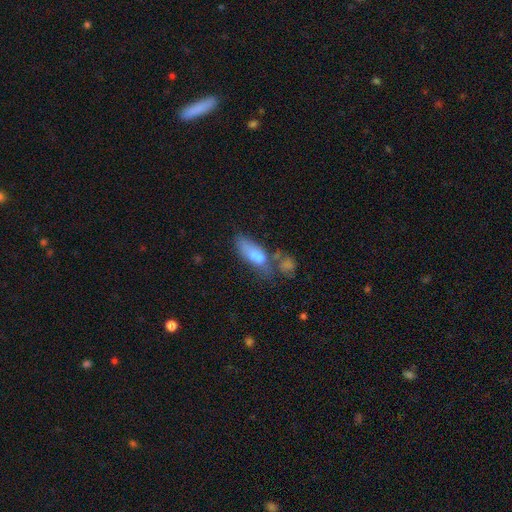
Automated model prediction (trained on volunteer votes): smooth 65%, featured or disk 26%, star or artifact 9%. Down the decision tree: how rounded — in between (71%); merging — merger (36%).